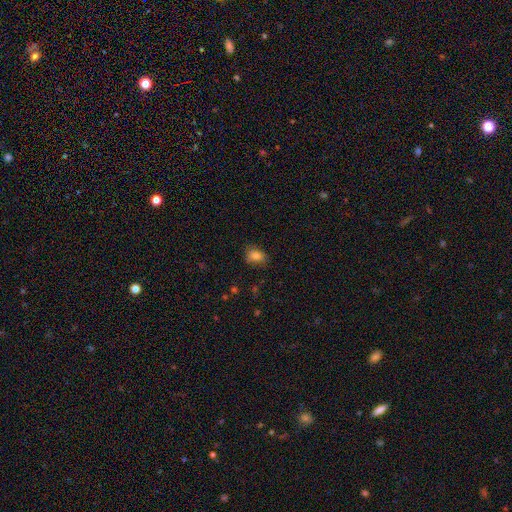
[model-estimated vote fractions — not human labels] smooth 81%, star or artifact 11%, featured or disk 8%. Down the decision tree: how rounded — in between (66%); merging — none (77%).